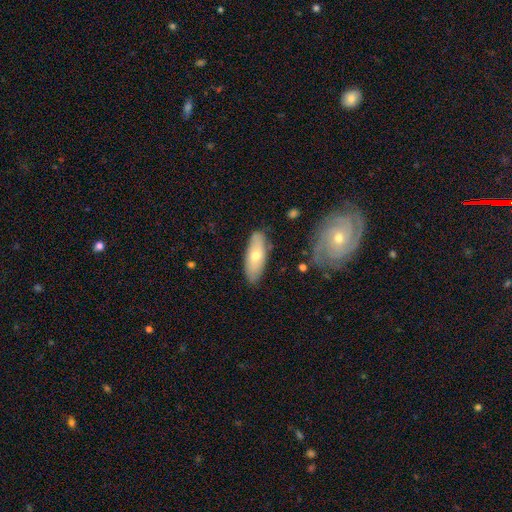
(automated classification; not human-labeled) Morphology: type=smooth (59%); roundness=in between (68%); merging=none (79%).